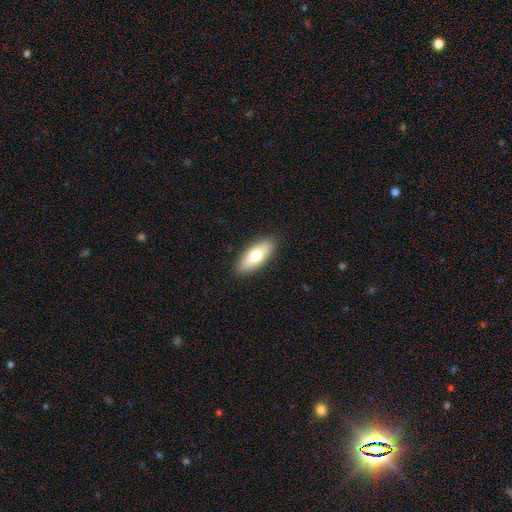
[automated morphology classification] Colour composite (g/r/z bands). It shows a smooth galaxy with no disk features (71%) that is in between round and cigar-shaped (72%). Merging: none (89%).